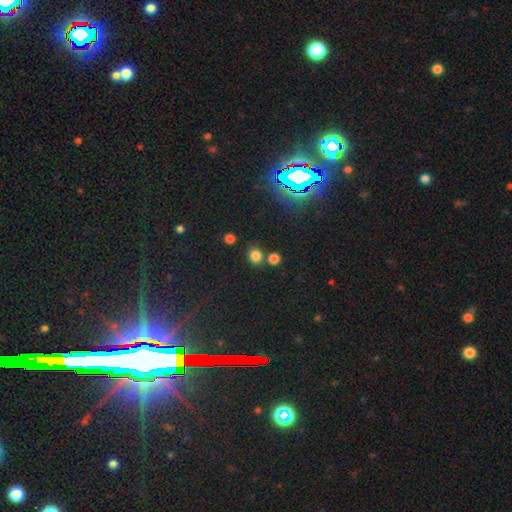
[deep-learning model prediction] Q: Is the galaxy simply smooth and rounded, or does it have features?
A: smooth — 77%.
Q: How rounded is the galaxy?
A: round — 77%.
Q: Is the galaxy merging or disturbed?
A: none — 71%.